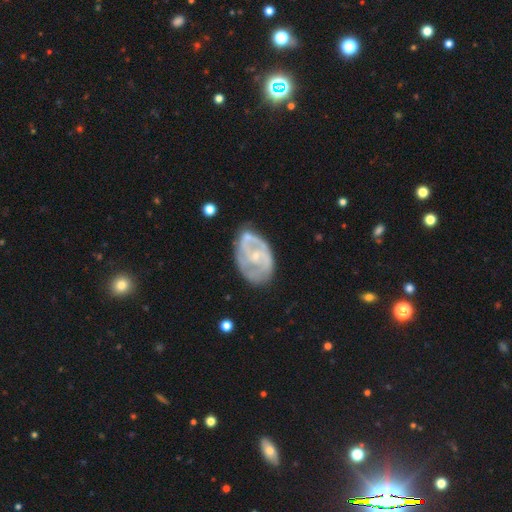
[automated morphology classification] featured or disk 79%, smooth 15%, star or artifact 6%. Down the decision tree: edge-on disk — no (97%); bar — no (63%); spiral arms — yes (79%); spiral arm count — 2 (46%); spiral winding — tight (46%); bulge size — small (75%); merging — none (58%).